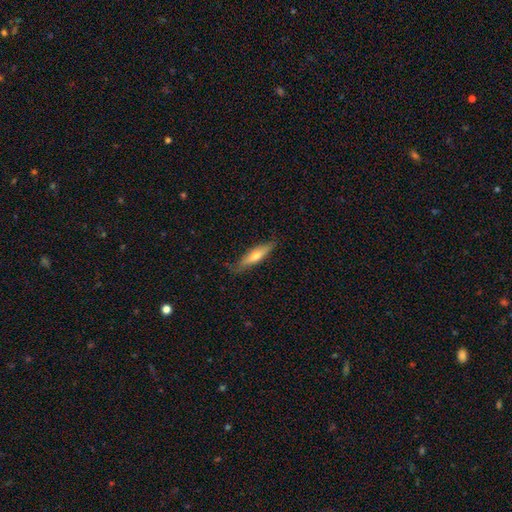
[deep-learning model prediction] A smooth galaxy with no disk features (52%) that is cigar-shaped (77%). Merging: none (78%).